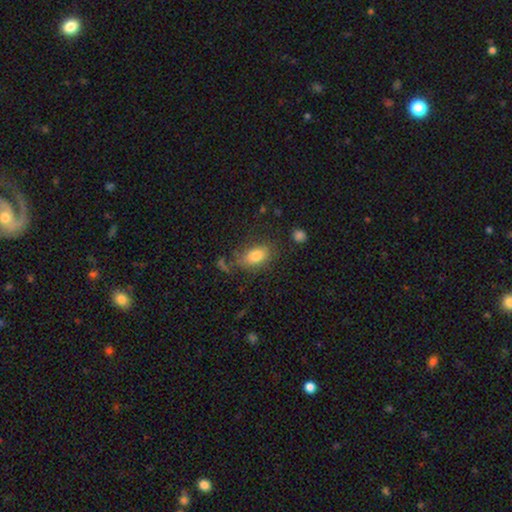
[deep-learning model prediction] The model was most divided on "merging": none: 66%, minor disturbance: 20%, major disturbance: 9%, merger: 5%. More confident: how rounded — in between (85%); smooth or featured — smooth (79%).